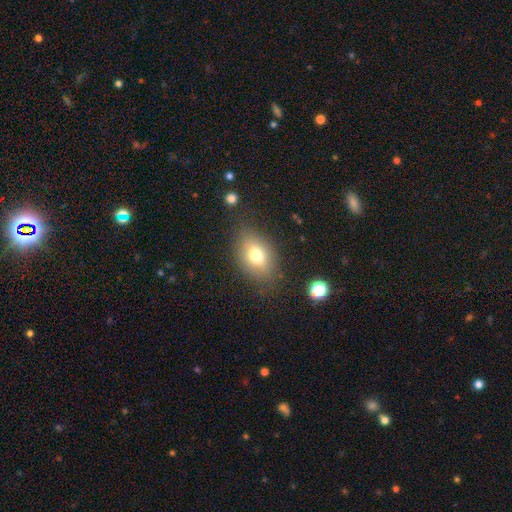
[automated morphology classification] smooth 72%, featured or disk 17%, star or artifact 11%. Down the decision tree: how rounded — in between (78%); merging — none (76%).